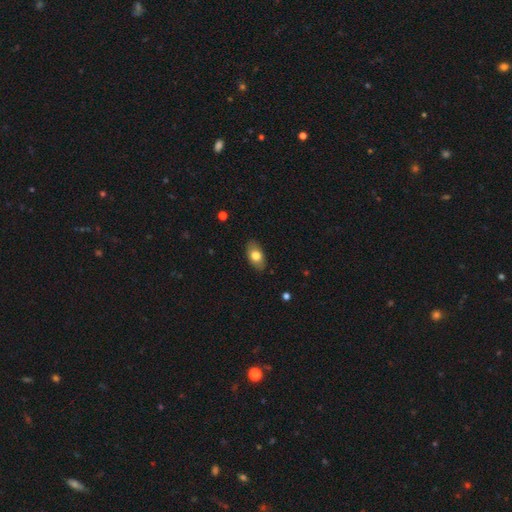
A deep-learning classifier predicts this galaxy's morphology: A smooth galaxy with no disk features (75%) that is in between round and cigar-shaped (91%). Merging: none (85%).